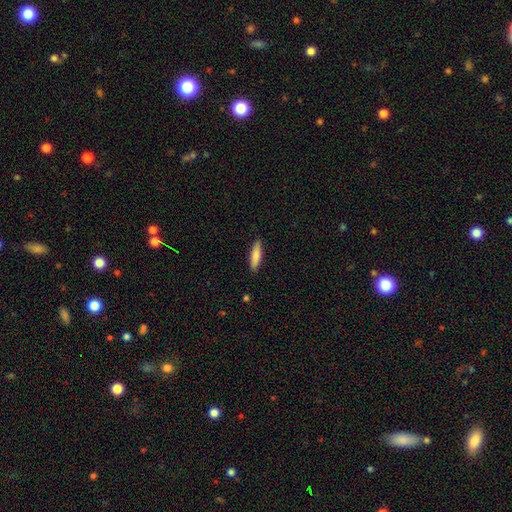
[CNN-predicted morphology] Smooth or featured? smooth (83%)
How rounded? cigar-shaped (71%)
Merging? none (89%)